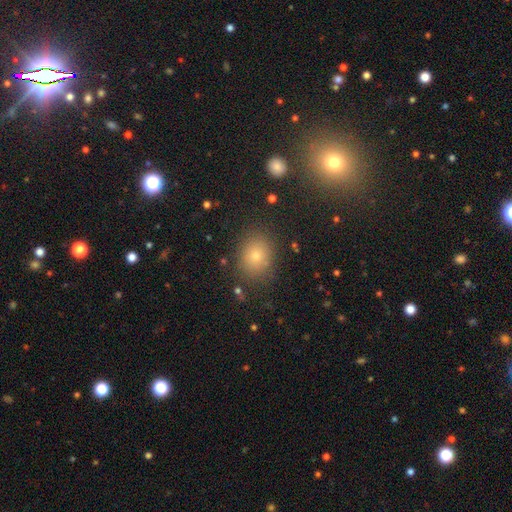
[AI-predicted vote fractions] Overall: smooth (69%). How rounded: round (59%; in between 40%). Merging: none (85%).